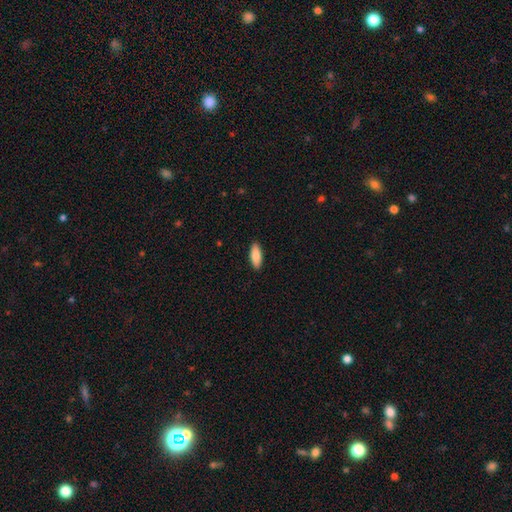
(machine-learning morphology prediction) This is clearly a smooth galaxy (84%). How rounded: likely in between (70%). Merging: clearly none (91%).